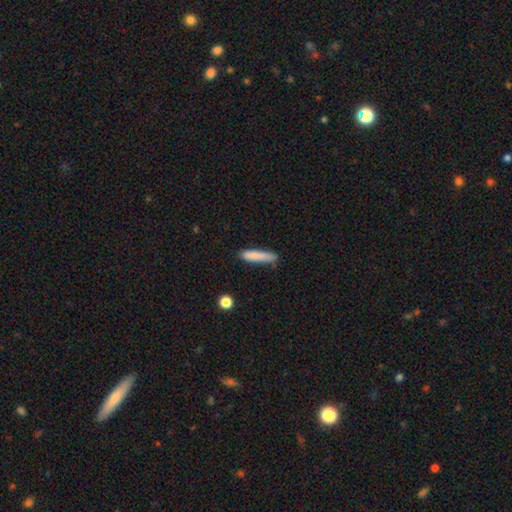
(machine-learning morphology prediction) The model was most divided on "merging": none: 71%, minor disturbance: 22%, major disturbance: 4%, merger: 3%. More confident: how rounded — cigar-shaped (88%); smooth or featured — smooth (82%).